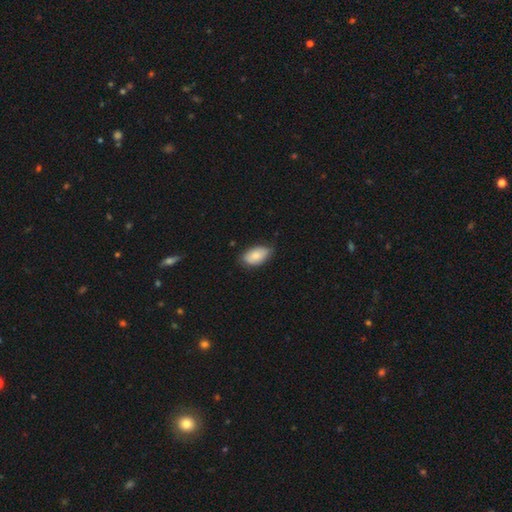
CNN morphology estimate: The model was most divided on "merging": none: 73%, minor disturbance: 22%, major disturbance: 3%, merger: 1%. More confident: how rounded — in between (94%); smooth or featured — smooth (79%).